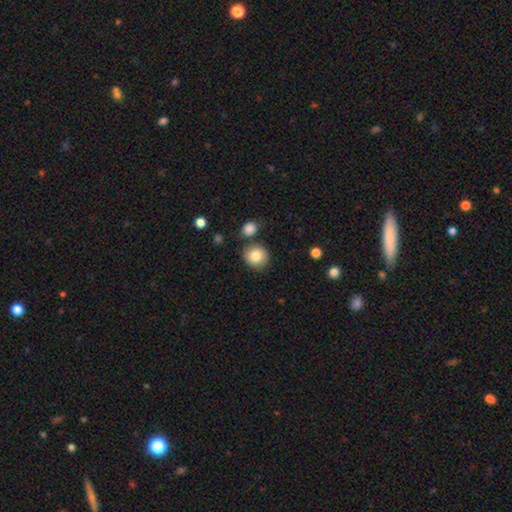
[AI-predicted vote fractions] The model was most divided on "merging": none: 77%, minor disturbance: 12%, merger: 8%, major disturbance: 3%. More confident: how rounded — round (86%); smooth or featured — smooth (84%).